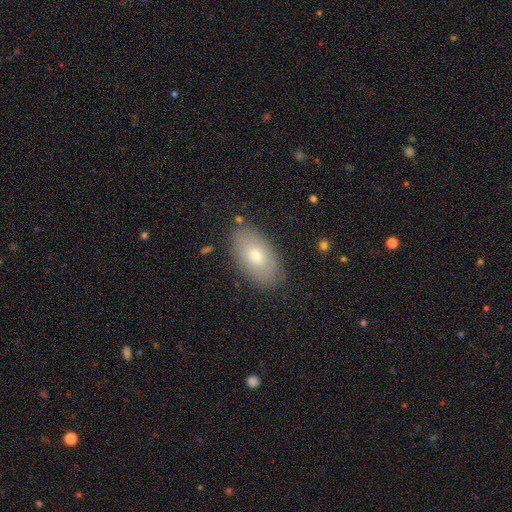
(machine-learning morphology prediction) smooth 71%, featured or disk 21%, star or artifact 8%. Down the decision tree: how rounded — in between (93%); merging — none (85%).